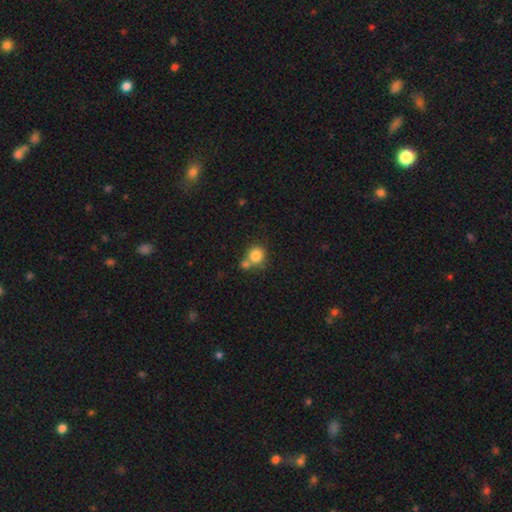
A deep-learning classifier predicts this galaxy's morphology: type=smooth (82%); roundness=round (84%); merging=none (51%).